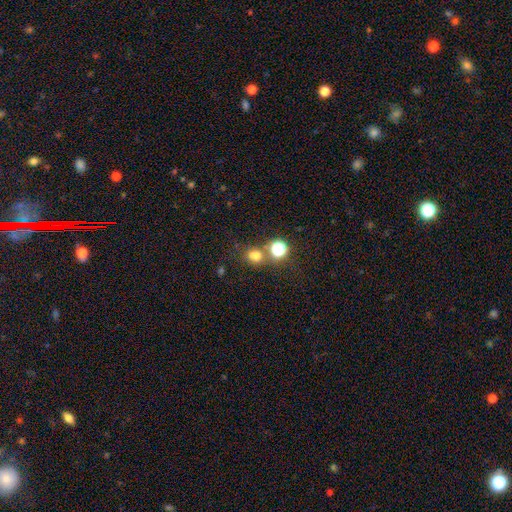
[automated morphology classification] smooth 68%, star or artifact 24%, featured or disk 9%. Down the decision tree: how rounded — round (72%); merging — none (57%).